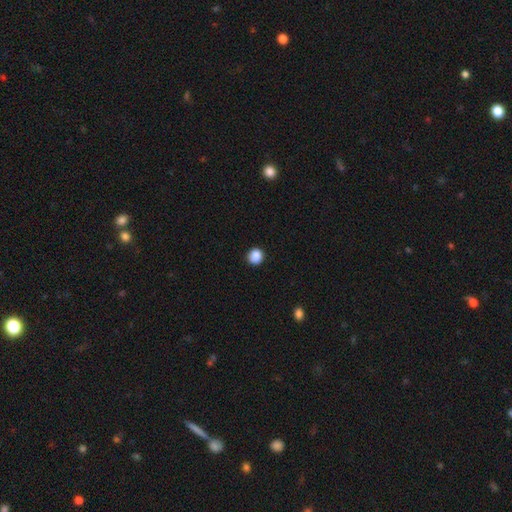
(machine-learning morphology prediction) smooth 88%, star or artifact 10%, featured or disk 3%. Down the decision tree: how rounded — round (92%); merging — none (91%).